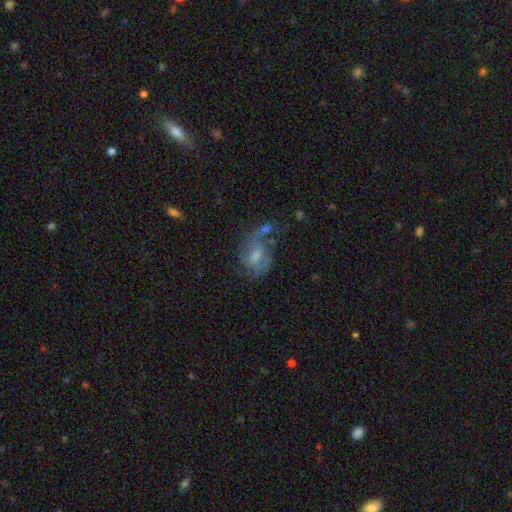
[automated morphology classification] This appears to be a featured or disk galaxy (66%) with a weak bar (51%), 2 (64%) medium (46%) spiral arms (81%) and a moderate central bulge (50%). Merging: none (42%).